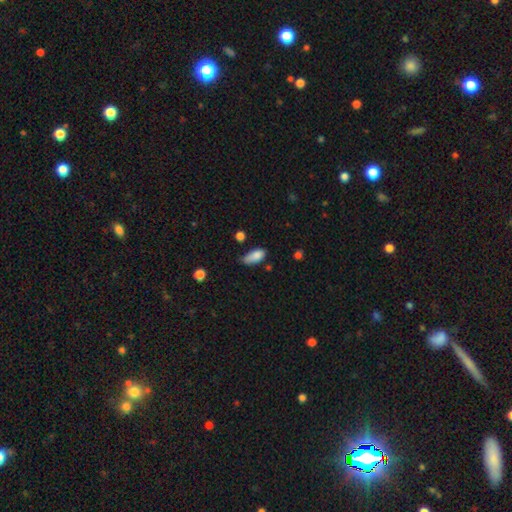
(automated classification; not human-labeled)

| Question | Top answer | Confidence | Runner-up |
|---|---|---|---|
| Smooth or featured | smooth | 84% | star or artifact (8%) |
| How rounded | in between | 87% | cigar-shaped (10%) |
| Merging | none | 44% | minor disturbance (42%) |